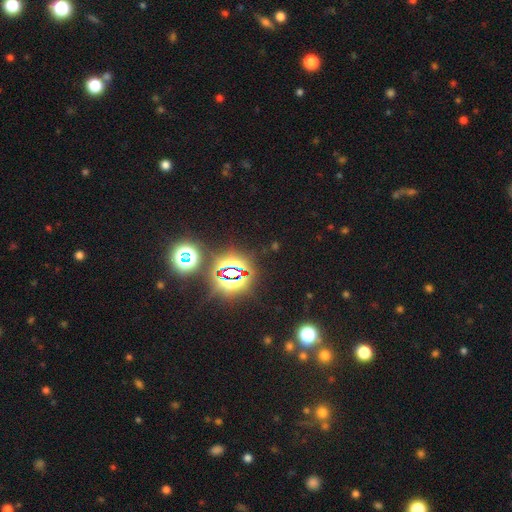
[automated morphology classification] Smooth or featured? Predicted: star or artifact (p=0.78).